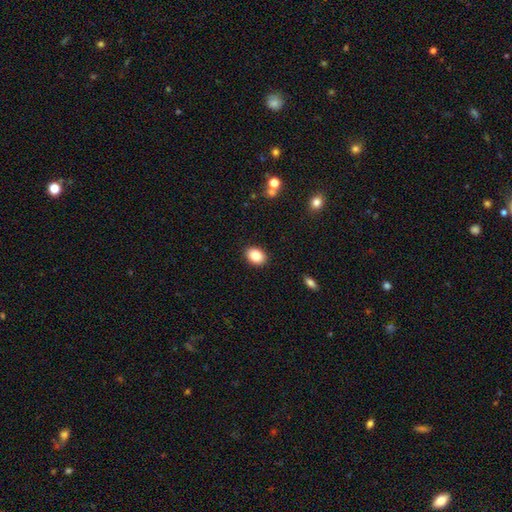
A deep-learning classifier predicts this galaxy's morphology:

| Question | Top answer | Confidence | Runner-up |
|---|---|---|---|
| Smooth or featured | smooth | 86% | star or artifact (9%) |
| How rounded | in between | 73% | round (26%) |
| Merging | none | 90% | minor disturbance (7%) |